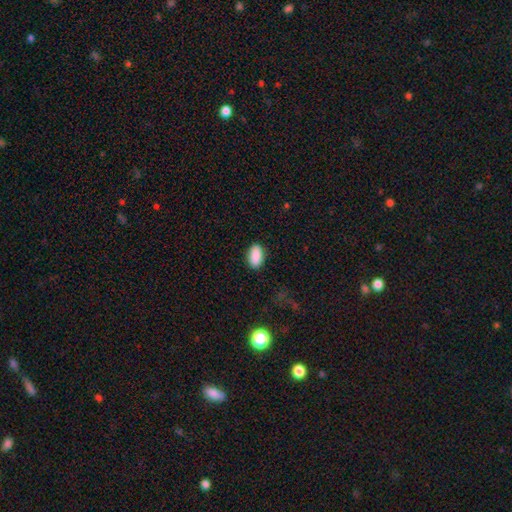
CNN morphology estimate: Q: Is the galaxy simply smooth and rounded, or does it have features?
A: smooth — 90%.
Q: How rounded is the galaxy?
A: in between — 92%.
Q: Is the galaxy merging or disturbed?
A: none — 88%.